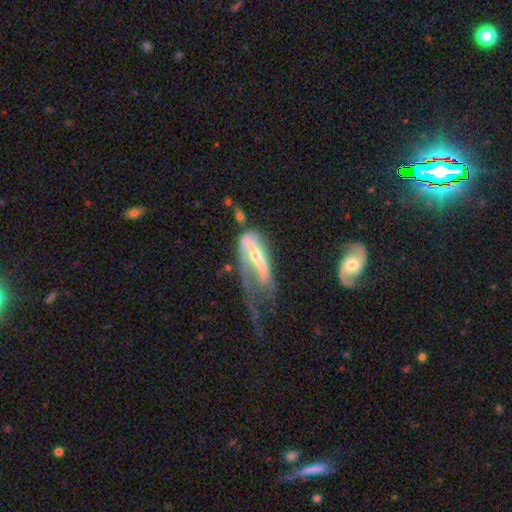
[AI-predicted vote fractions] This appears to be a featured or disk galaxy (68%) with a strong bar (41%), spiral arms (59%) and a small central bulge (50%). Merging: major disturbance (62%).